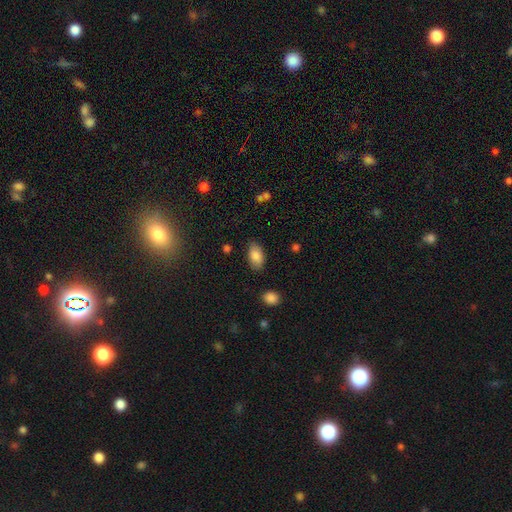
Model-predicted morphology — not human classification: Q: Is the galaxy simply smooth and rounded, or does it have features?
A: smooth — 85%.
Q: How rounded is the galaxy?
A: in between — 93%.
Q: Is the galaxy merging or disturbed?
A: none — 82%.